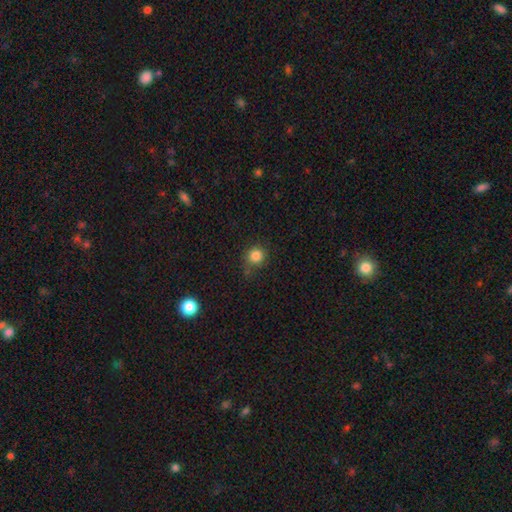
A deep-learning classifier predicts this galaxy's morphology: type=smooth (83%); roundness=round (91%); merging=none (73%).